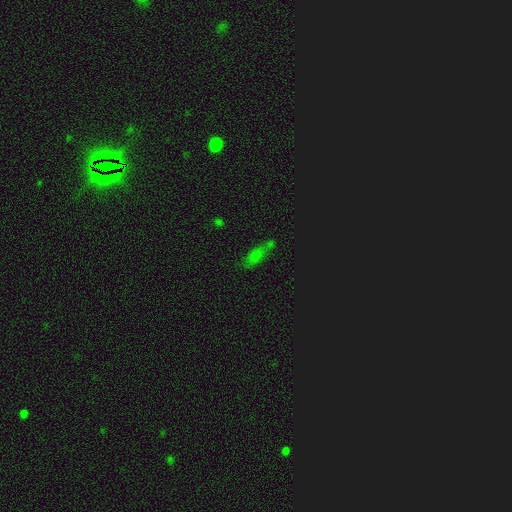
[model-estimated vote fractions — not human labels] Smooth or featured? Predicted: smooth (p=0.61). How rounded? Predicted: in between (p=0.59). Merging? Predicted: none (p=0.61).